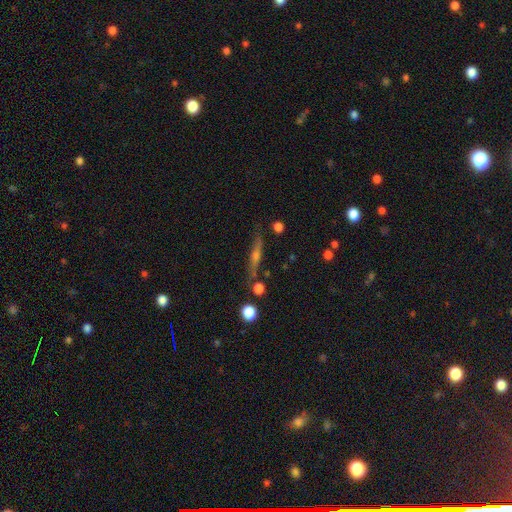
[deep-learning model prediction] This is possibly a featured or disk galaxy (57%). It is clearly viewed edge-on (84%). Merging: likely none (74%).